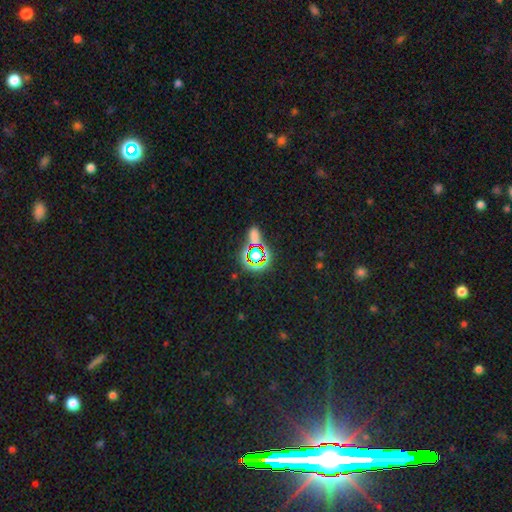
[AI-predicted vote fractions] smooth-or-featured: star or artifact: 71% | smooth: 19% | featured or disk: 10%